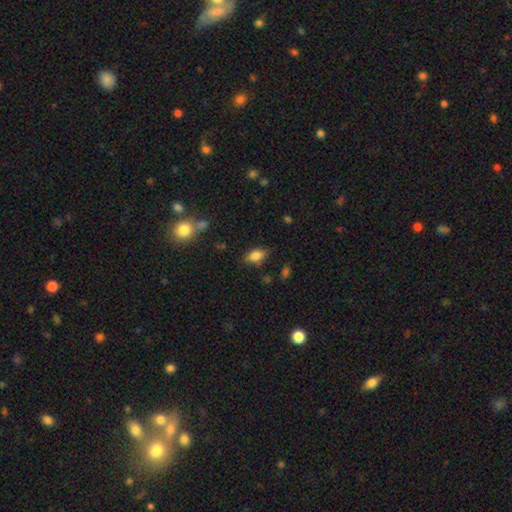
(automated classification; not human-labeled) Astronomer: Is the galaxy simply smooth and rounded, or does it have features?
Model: smooth — 82%.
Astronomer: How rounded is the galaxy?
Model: in between — 88%.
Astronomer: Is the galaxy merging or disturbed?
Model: none — 76%.